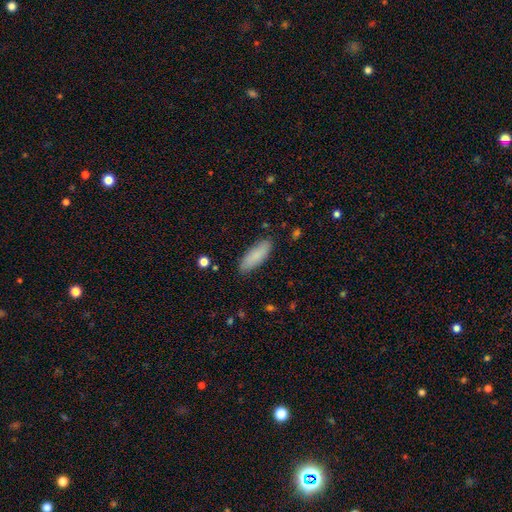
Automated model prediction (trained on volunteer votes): smooth_or_featured: smooth (p=0.86) [alt: featured or disk p=0.07]
how_rounded: in between (p=0.60) [alt: cigar-shaped p=0.38]
merging: none (p=0.85) [alt: minor disturbance p=0.11]